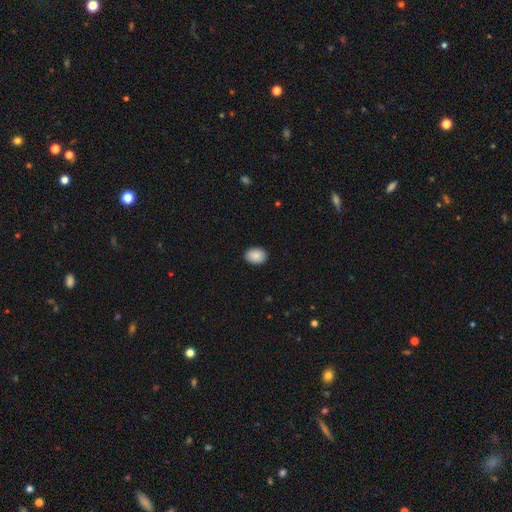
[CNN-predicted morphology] The model was most divided on "how rounded": in between: 71%, round: 28%, cigar-shaped: 1%. More confident: merging — none (89%); smooth or featured — smooth (89%).